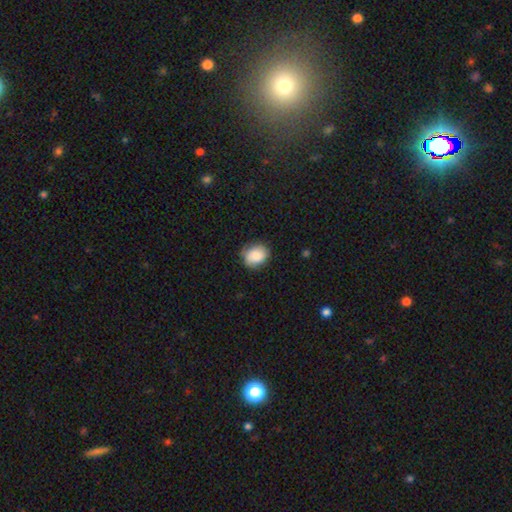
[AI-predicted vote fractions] smooth_or_featured: smooth (p=0.85) [alt: featured or disk p=0.08]
how_rounded: round (p=0.51) [alt: in between p=0.48]
merging: none (p=0.76) [alt: minor disturbance p=0.19]